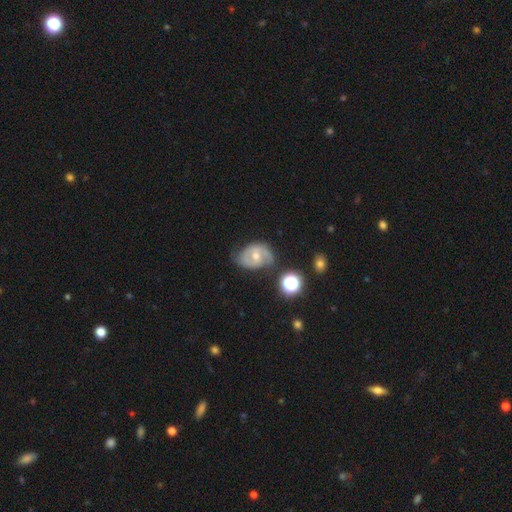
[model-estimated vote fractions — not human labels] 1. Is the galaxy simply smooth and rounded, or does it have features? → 69% featured or disk, 22% smooth, 9% star or artifact.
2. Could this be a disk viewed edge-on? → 97% no, 3% yes.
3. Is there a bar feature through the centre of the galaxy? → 47% weak, 40% no, 13% strong.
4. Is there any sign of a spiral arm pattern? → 86% yes, 14% no.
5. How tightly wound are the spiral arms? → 47% medium, 30% tight, 23% loose.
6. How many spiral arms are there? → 75% 2, 12% can't tell, 7% 1, 3% 3, 1% 4, 1% more than 4.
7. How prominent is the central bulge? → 63% moderate, 32% small, 3% large, 2% none, 1% dominant.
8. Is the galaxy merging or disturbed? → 55% none, 29% minor disturbance, 12% major disturbance, 4% merger.